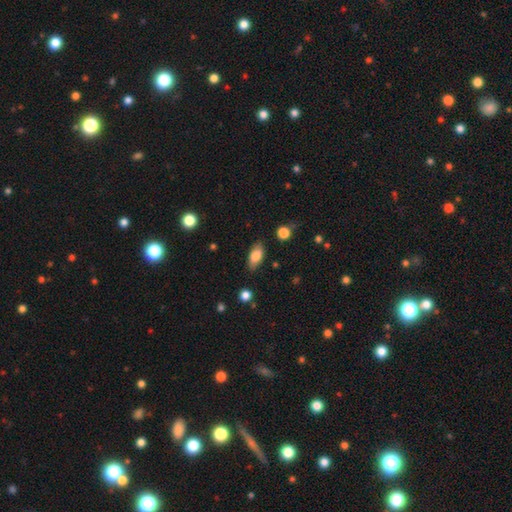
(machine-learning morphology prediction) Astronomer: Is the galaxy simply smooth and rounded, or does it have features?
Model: smooth — 82%.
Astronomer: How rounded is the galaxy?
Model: in between — 88%.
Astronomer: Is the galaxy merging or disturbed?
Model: none — 82%.